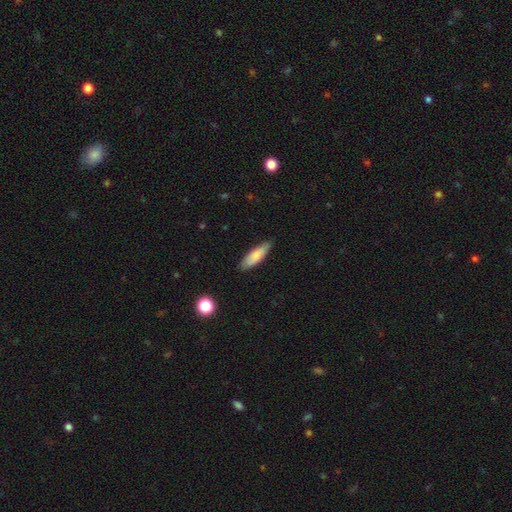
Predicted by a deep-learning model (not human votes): Morphology: type=smooth (80%); roundness=cigar-shaped (51%); merging=none (82%).